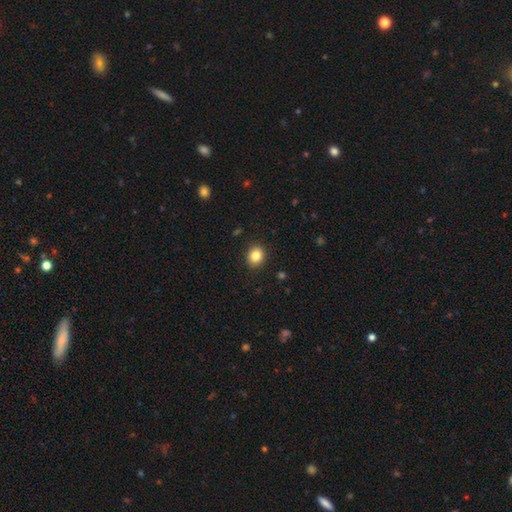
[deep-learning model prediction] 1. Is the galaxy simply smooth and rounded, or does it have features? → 84% smooth, 10% star or artifact, 6% featured or disk.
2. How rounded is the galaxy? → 71% round, 28% in between, 1% cigar-shaped.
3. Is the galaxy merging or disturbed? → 90% none, 7% minor disturbance, 2% major disturbance, 1% merger.